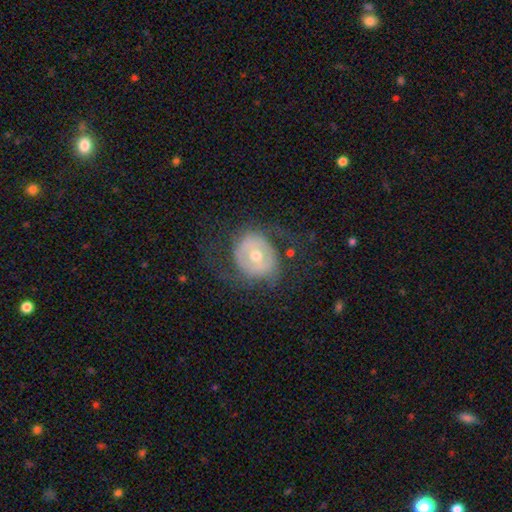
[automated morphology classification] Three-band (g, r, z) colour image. It shows a featured or disk galaxy (61%) with no bar (63%), no spiral arms (56%) and a moderate central bulge (62%). Merging: none (60%).